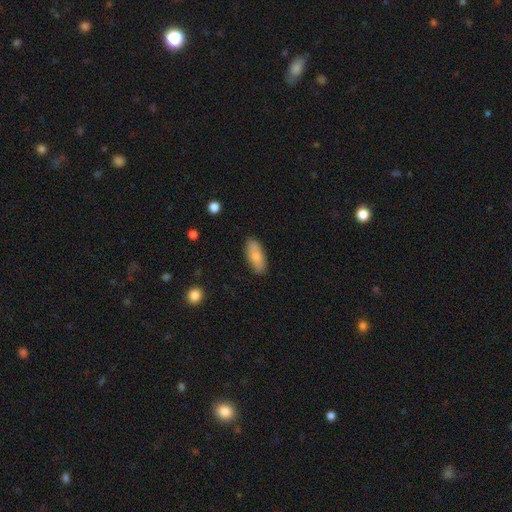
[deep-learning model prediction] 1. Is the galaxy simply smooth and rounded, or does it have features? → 80% smooth, 14% featured or disk, 6% star or artifact.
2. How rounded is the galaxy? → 80% in between, 18% cigar-shaped, 2% round.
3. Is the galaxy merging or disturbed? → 85% none, 11% minor disturbance, 2% major disturbance, 1% merger.